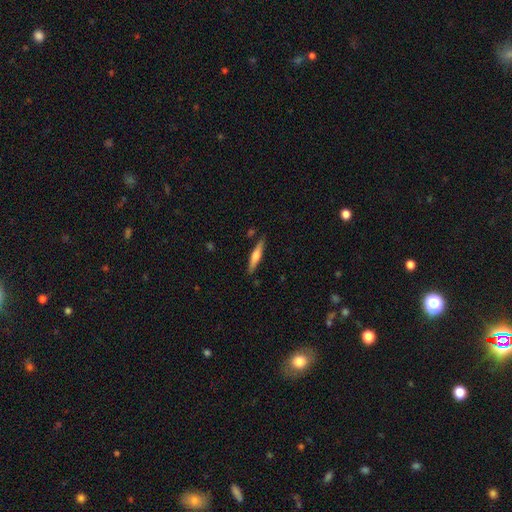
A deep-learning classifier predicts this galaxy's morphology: A featured or disk galaxy (48%).

Vote fractions:
- Smooth or featured? featured or disk: 48% / smooth: 46% / star or artifact: 6%
- Merging? none: 87% / minor disturbance: 9% / merger: 2% / major disturbance: 2%